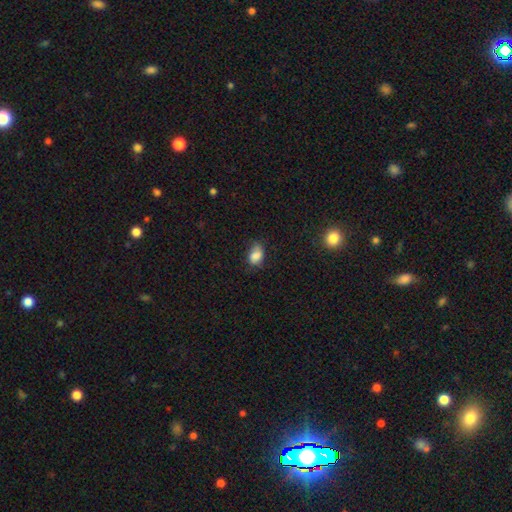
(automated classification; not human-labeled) Overall: smooth (82%). How rounded: in between (80%). Merging: none (55%; minor disturbance 33%).